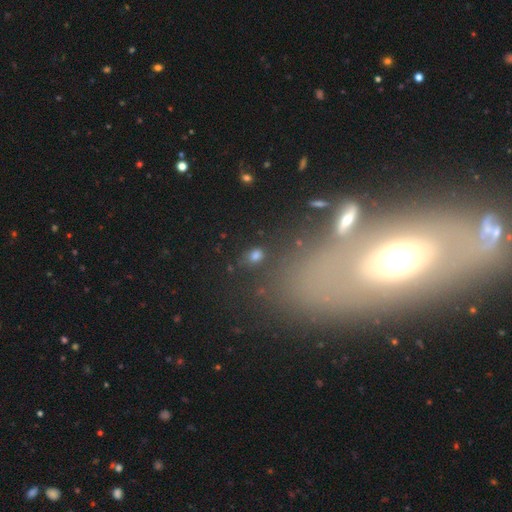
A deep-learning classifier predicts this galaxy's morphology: Overall: smooth (64%). How rounded: in between (59%; round 36%). Merging: none (78%).